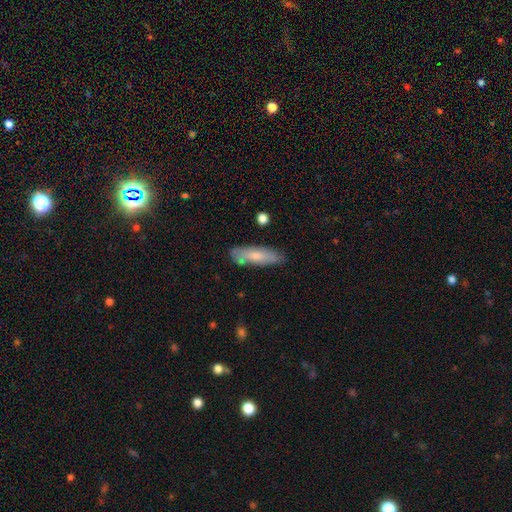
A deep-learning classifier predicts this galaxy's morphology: smooth_or_featured: smooth (p=0.69) [alt: featured or disk p=0.25]
how_rounded: cigar-shaped (p=0.52) [alt: in between p=0.46]
merging: none (p=0.75) [alt: minor disturbance p=0.18]